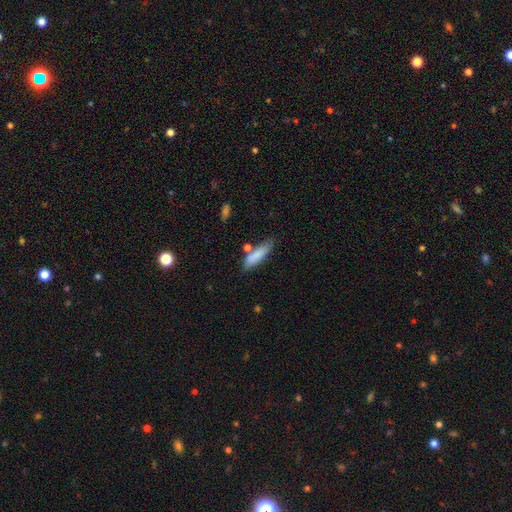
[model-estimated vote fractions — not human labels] A smooth galaxy with no disk features (82%) that is cigar-shaped (62%). Merging: none (64%).